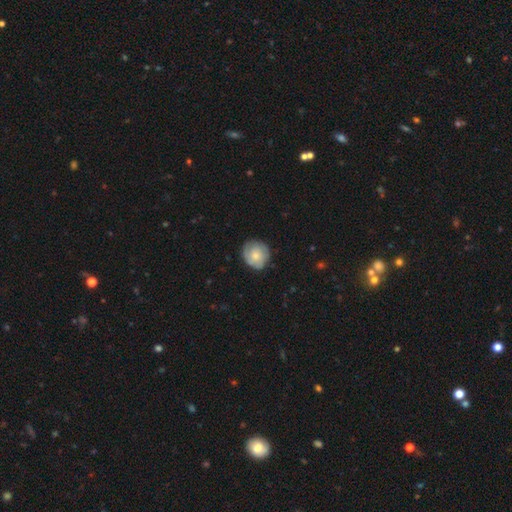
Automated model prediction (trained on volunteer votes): Smooth or featured? smooth (59%)
How rounded? round (87%)
Merging? none (76%)